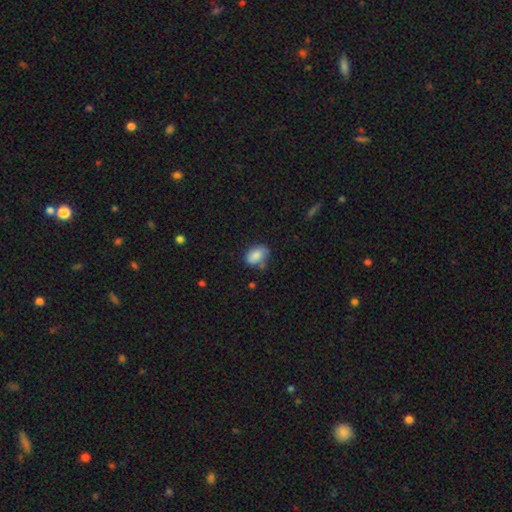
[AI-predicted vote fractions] A smooth galaxy with no disk features (82%) that is in between round and cigar-shaped (85%).

Vote fractions:
- Smooth or featured? smooth: 82% / featured or disk: 11% / star or artifact: 8%
- How rounded? in between: 85% / round: 14% / cigar-shaped: 2%
- Merging? none: 67% / minor disturbance: 23% / merger: 6% / major disturbance: 5%